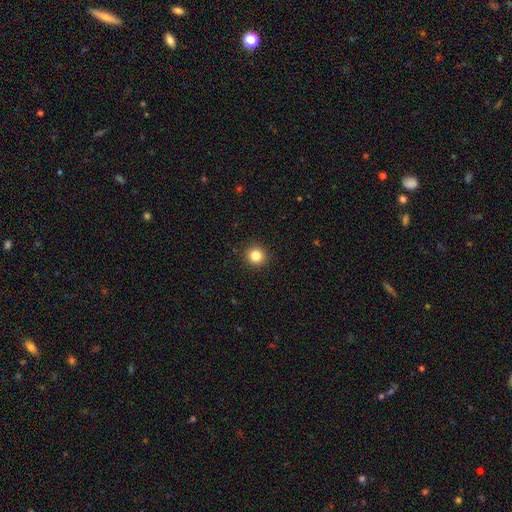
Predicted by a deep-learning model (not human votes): smooth-or-featured: smooth: 84% | star or artifact: 11% | featured or disk: 5%
  how-rounded: round: 94% | in between: 5% | cigar-shaped: 1%
  merging: none: 92% | minor disturbance: 5% | major disturbance: 2% | merger: 1%